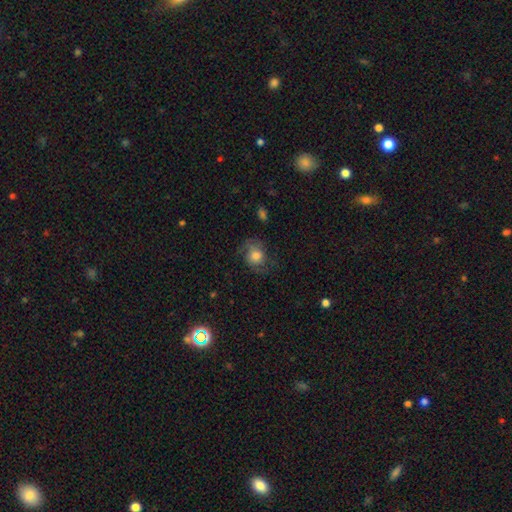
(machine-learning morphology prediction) Smooth or featured? Predicted: smooth (p=0.60). How rounded? Predicted: round (p=0.69). Merging? Predicted: none (p=0.57).